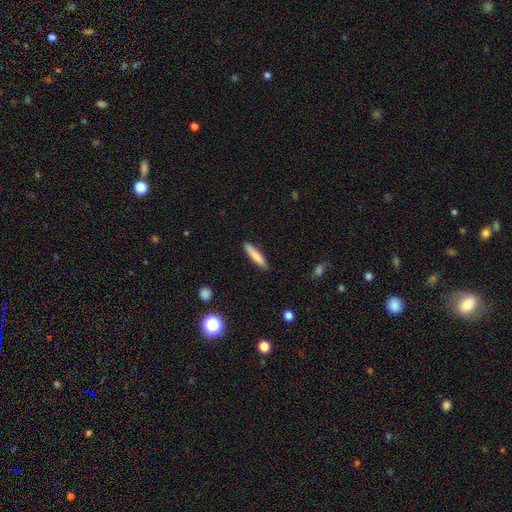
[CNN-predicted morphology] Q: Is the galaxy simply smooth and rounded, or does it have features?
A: smooth — 78%.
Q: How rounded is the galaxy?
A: cigar-shaped — 87%.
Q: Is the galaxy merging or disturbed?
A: none — 88%.